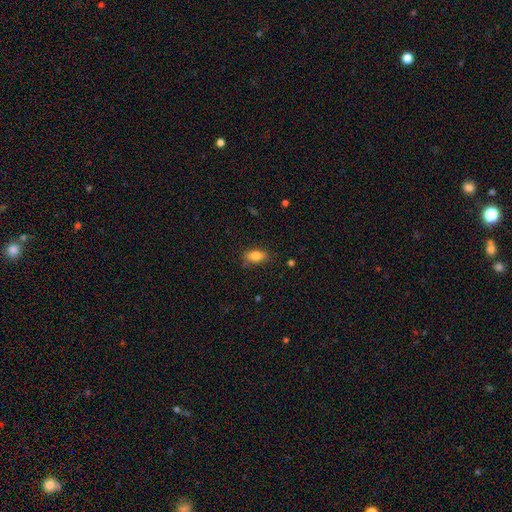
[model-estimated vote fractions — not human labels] Smooth or featured?
  - smooth: 83% *
  - star or artifact: 9%
  - featured or disk: 8%
How rounded?
  - in between: 86% *
  - round: 8%
  - cigar-shaped: 6%
Merging?
  - none: 78% *
  - minor disturbance: 16%
  - major disturbance: 4%
  - merger: 2%